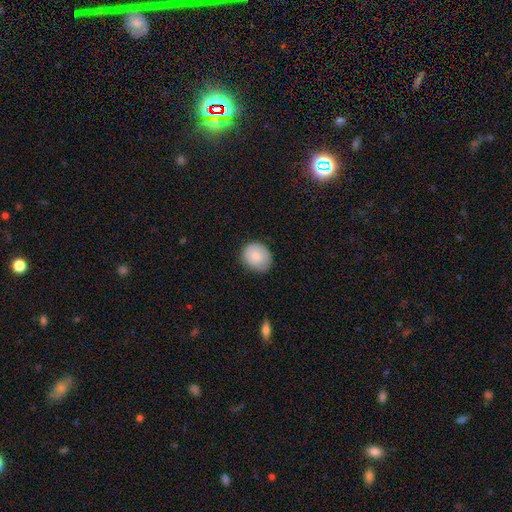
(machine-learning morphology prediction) Q: Smooth or featured?
A: smooth (84%); runner-up: featured or disk (10%)
Q: How rounded?
A: round (64%); runner-up: in between (35%)
Q: Merging?
A: none (80%); runner-up: minor disturbance (16%)